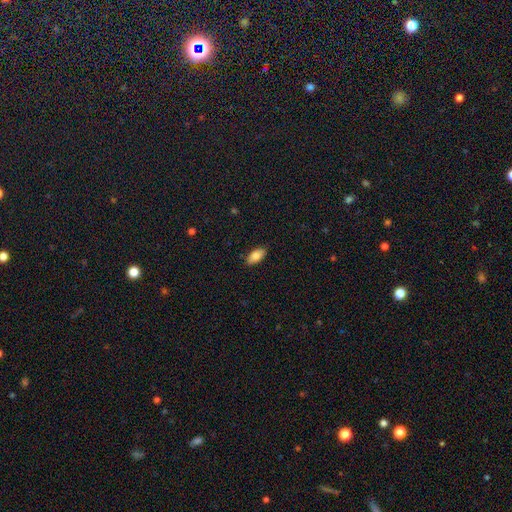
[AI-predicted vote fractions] Smooth or featured?
  - smooth: 84% *
  - featured or disk: 10%
  - star or artifact: 7%
How rounded?
  - in between: 90% *
  - cigar-shaped: 7%
  - round: 2%
Merging?
  - none: 87% *
  - minor disturbance: 10%
  - major disturbance: 2%
  - merger: 1%